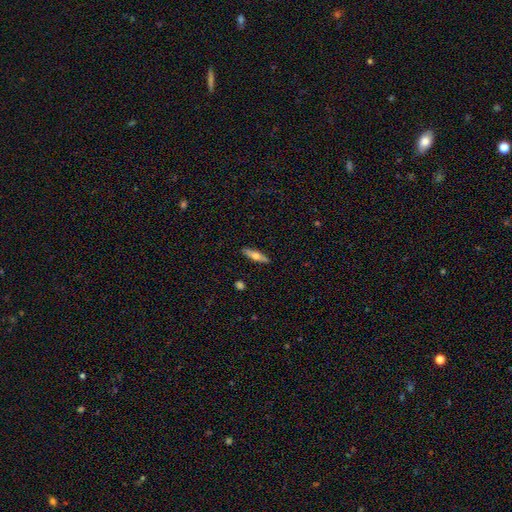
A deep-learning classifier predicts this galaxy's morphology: smooth_or_featured: smooth (p=0.50) [alt: featured or disk p=0.44]
how_rounded: cigar-shaped (p=0.73) [alt: in between p=0.25]
merging: none (p=0.90) [alt: minor disturbance p=0.07]